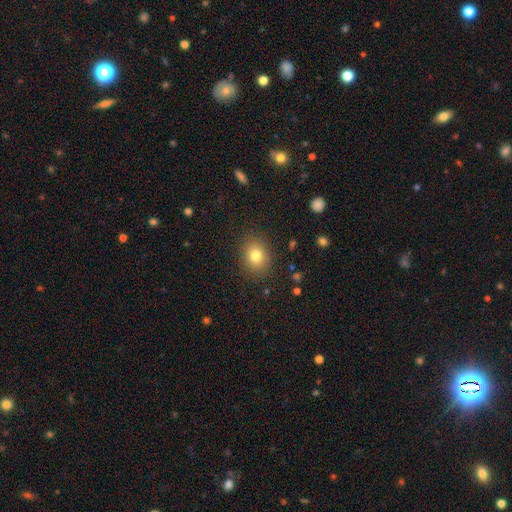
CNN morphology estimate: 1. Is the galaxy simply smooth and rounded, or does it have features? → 80% smooth, 12% star or artifact, 9% featured or disk.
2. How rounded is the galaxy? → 56% round, 43% in between, 1% cigar-shaped.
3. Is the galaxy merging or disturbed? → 87% none, 9% minor disturbance, 3% major disturbance, 1% merger.